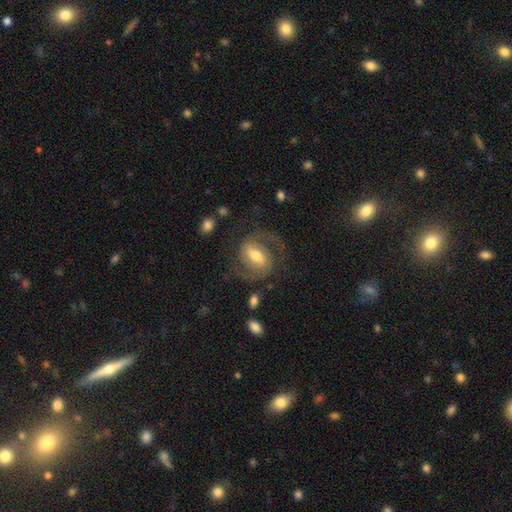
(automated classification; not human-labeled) Smooth or featured: featured or disk — 82% (smooth — 12%)
Edge-on disk: no — 97% (yes — 3%)
Bar: weak — 47% (strong — 36%)
Spiral arms: yes — 95% (no — 5%)
Spiral winding: medium — 58% (tight — 22%)
Spiral arm count: 2 — 92% (can't tell — 3%)
Bulge size: moderate — 61% (small — 19%)
Merging: none — 72% (minor disturbance — 14%)